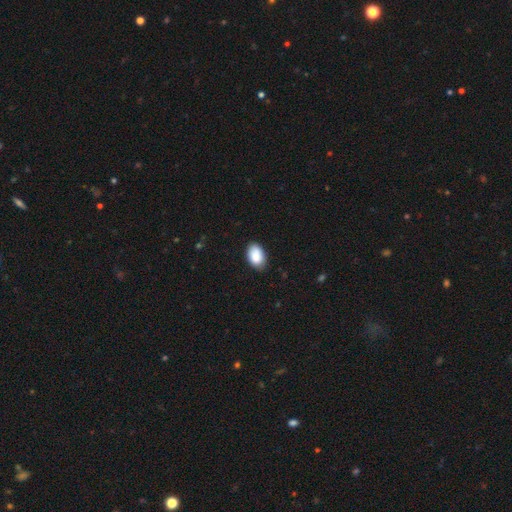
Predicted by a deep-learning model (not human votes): Smooth or featured? Predicted: smooth (p=0.89). How rounded? Predicted: in between (p=0.91). Merging? Predicted: none (p=0.81).